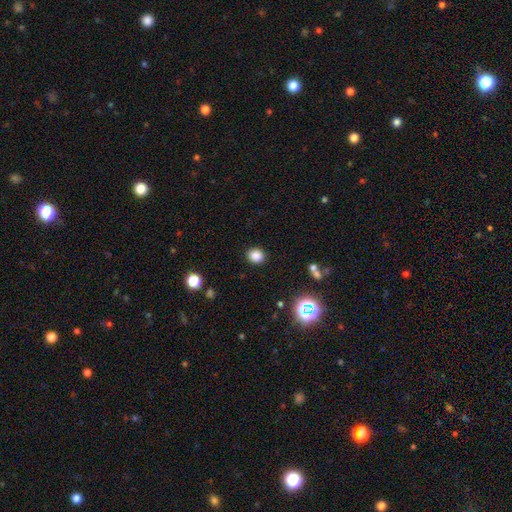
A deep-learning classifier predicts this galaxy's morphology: A smooth galaxy with no disk features (84%) that is round (75%).

Vote fractions:
- Smooth or featured? smooth: 84% / star or artifact: 12% / featured or disk: 4%
- How rounded? round: 75% / in between: 24% / cigar-shaped: 1%
- Merging? none: 90% / minor disturbance: 6% / major disturbance: 2% / merger: 1%